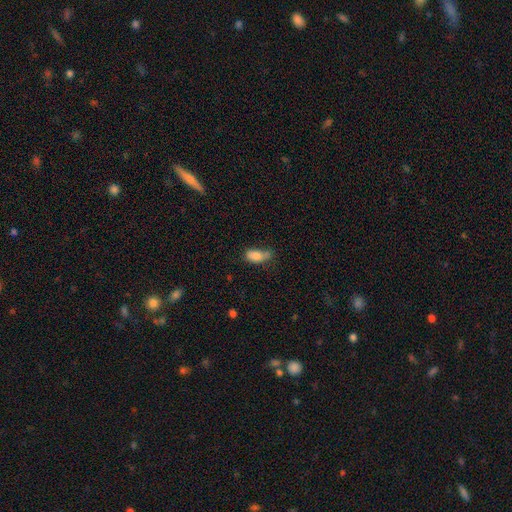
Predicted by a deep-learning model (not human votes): Overall: smooth (82%). How rounded: in between (87%). Merging: minor disturbance (36%; none 34%).